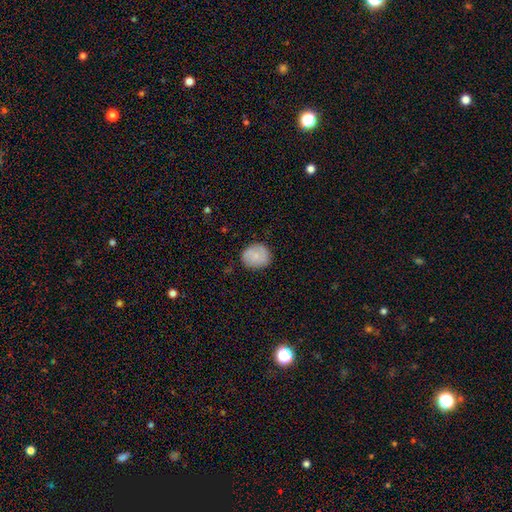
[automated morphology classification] This is likely a smooth galaxy (73%). How rounded: likely round (75%). Merging: clearly none (82%).